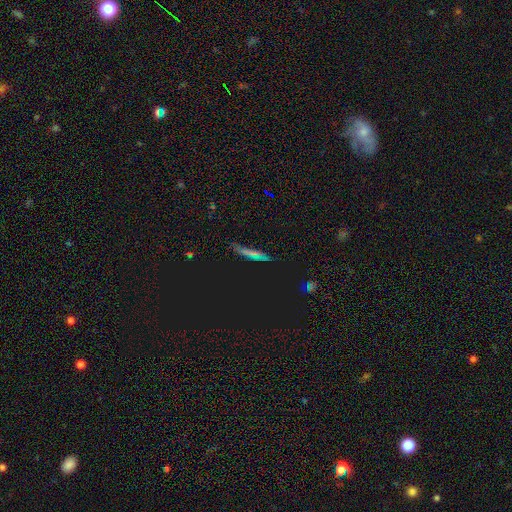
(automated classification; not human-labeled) The model was most divided on "smooth or featured": star or artifact: 44%, smooth: 38%, featured or disk: 17%.